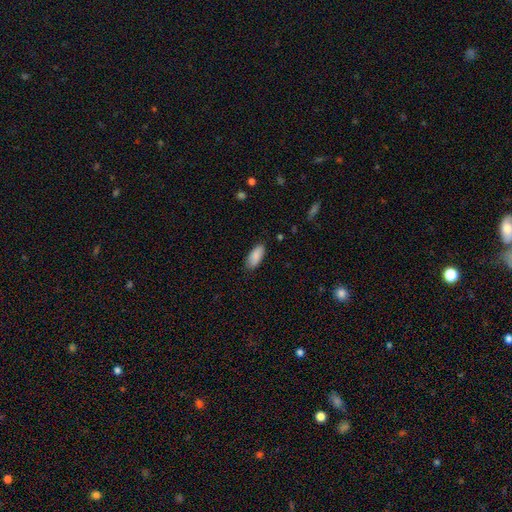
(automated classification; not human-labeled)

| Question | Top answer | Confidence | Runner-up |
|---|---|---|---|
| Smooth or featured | smooth | 87% | featured or disk (7%) |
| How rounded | in between | 88% | cigar-shaped (10%) |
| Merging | none | 84% | minor disturbance (13%) |